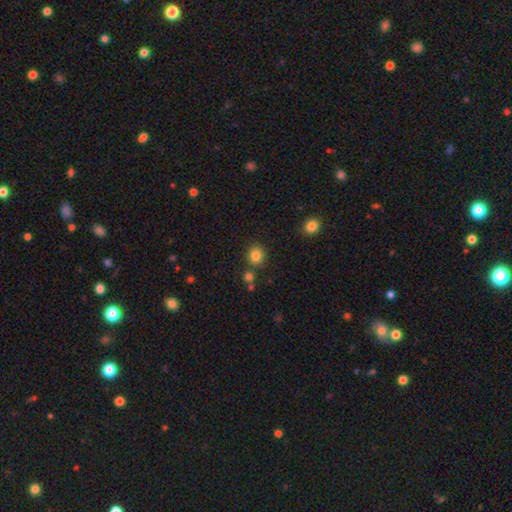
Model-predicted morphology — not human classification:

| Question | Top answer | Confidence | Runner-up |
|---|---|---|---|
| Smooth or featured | smooth | 84% | star or artifact (11%) |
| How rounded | round | 75% | in between (24%) |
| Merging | none | 79% | minor disturbance (10%) |